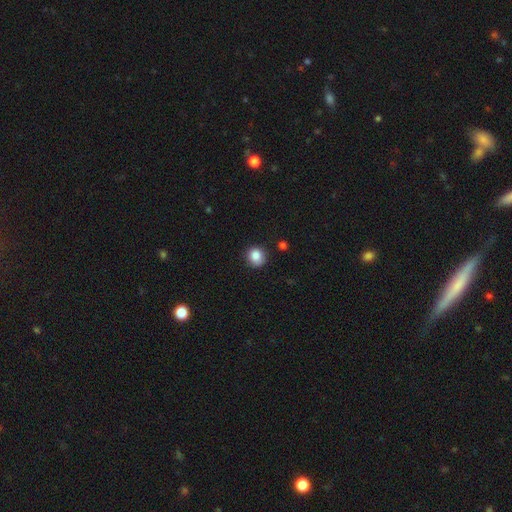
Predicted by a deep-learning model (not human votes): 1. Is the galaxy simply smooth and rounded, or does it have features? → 85% smooth, 10% star or artifact, 5% featured or disk.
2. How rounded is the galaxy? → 89% round, 11% in between, 1% cigar-shaped.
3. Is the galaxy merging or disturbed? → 84% none, 11% minor disturbance, 2% major disturbance, 2% merger.